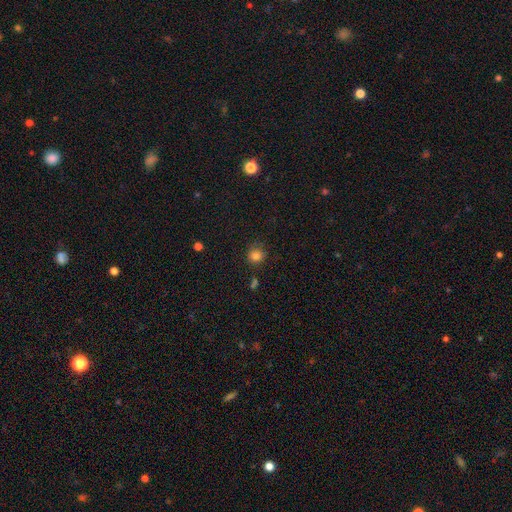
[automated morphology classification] Q: Smooth or featured?
A: smooth (82%); runner-up: star or artifact (13%)
Q: How rounded?
A: round (88%); runner-up: in between (11%)
Q: Merging?
A: none (74%); runner-up: minor disturbance (17%)